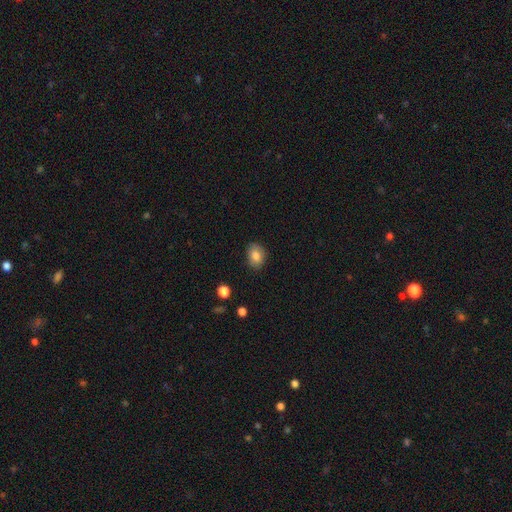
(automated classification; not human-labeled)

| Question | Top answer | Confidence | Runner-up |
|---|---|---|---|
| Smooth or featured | smooth | 83% | star or artifact (9%) |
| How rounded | in between | 67% | round (32%) |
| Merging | none | 81% | minor disturbance (14%) |